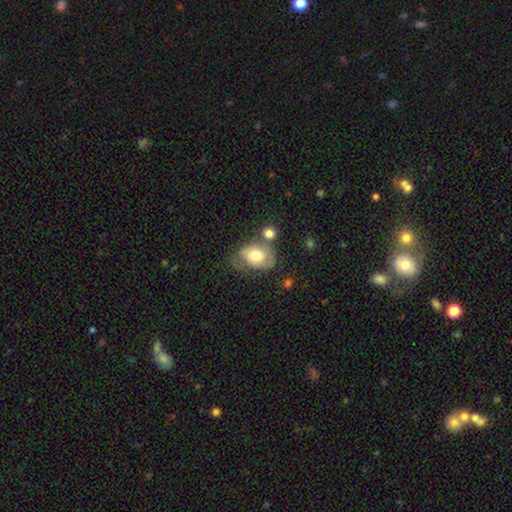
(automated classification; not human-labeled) smooth_or_featured: smooth (p=0.63) [alt: featured or disk p=0.30]
how_rounded: in between (p=0.77) [alt: round p=0.22]
merging: none (p=0.39) [alt: minor disturbance p=0.26]